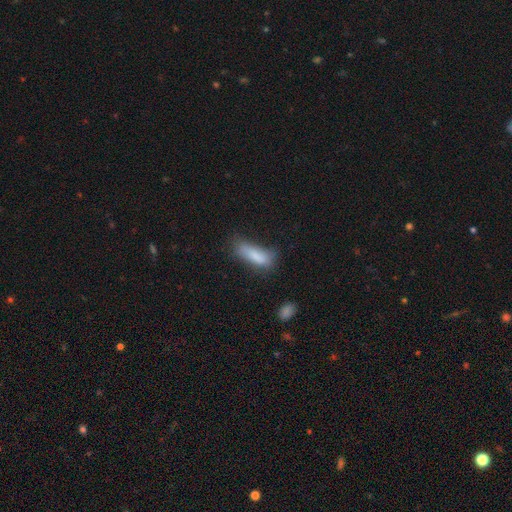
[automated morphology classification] Q: Smooth or featured?
A: smooth (80%); runner-up: featured or disk (11%)
Q: How rounded?
A: in between (55%); runner-up: cigar-shaped (43%)
Q: Merging?
A: none (50%); runner-up: minor disturbance (31%)